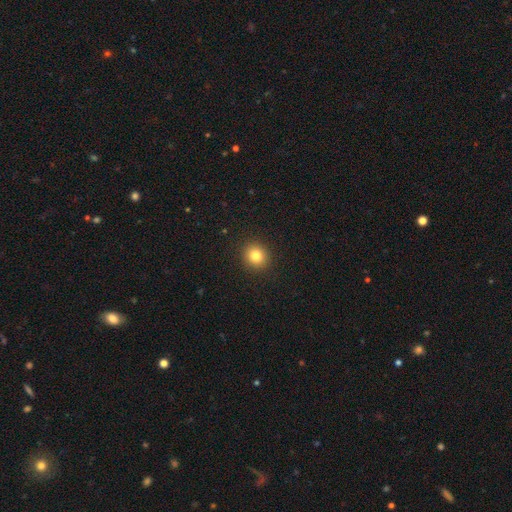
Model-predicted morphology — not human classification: The model was most divided on "how rounded": round: 83%, in between: 16%, cigar-shaped: 1%. More confident: merging — none (91%); smooth or featured — smooth (82%).